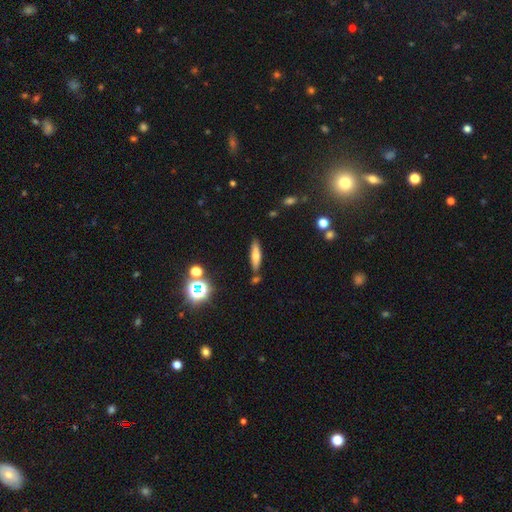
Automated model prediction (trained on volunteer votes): smooth-or-featured: smooth: 63% | featured or disk: 26% | star or artifact: 11%
  how-rounded: cigar-shaped: 69% | in between: 28% | round: 3%
  merging: none: 79% | minor disturbance: 11% | merger: 7% | major disturbance: 3%